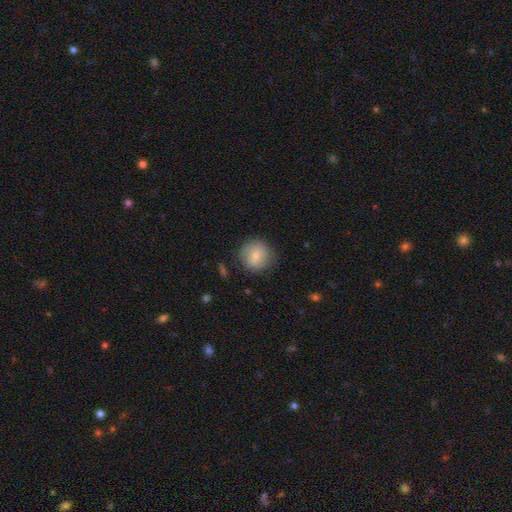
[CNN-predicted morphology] type=smooth (69%); roundness=round (90%); merging=none (78%).